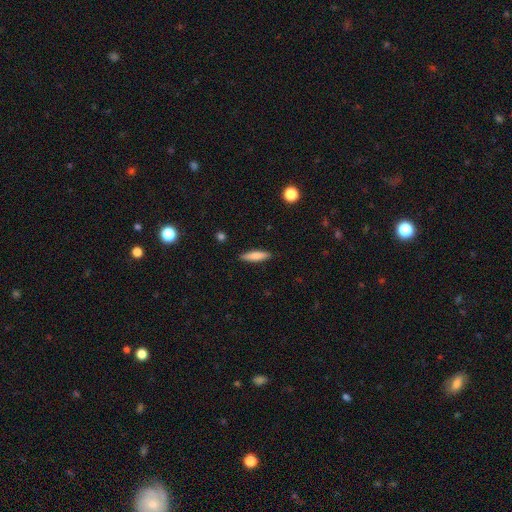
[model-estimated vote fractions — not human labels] A smooth galaxy with no disk features (78%) that is cigar-shaped (74%). Merging: none (89%).